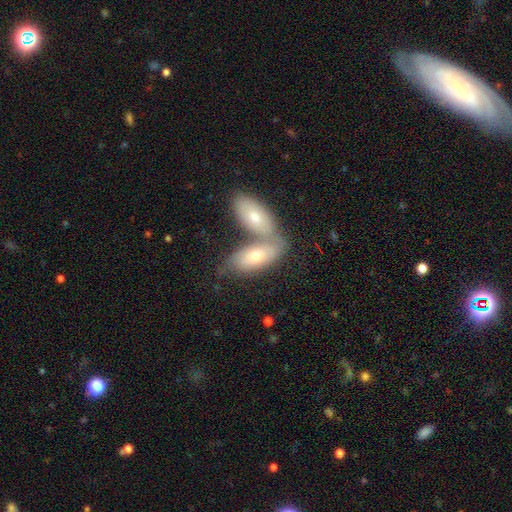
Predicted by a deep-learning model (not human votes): Smooth or featured? smooth (62%)
How rounded? in between (83%)
Merging? merger (60%)